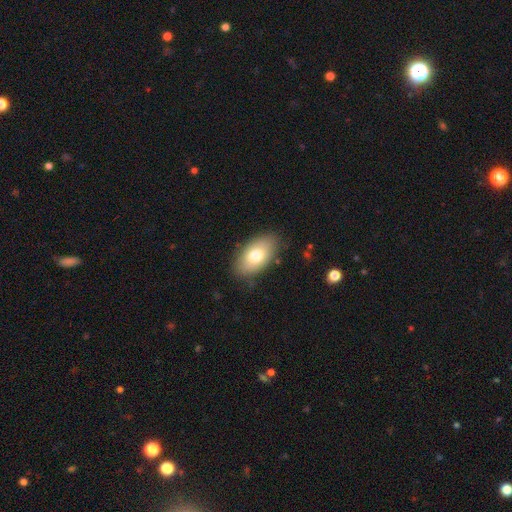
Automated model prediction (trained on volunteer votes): Q: Smooth or featured?
A: smooth (74%); runner-up: featured or disk (19%)
Q: How rounded?
A: in between (93%); runner-up: round (5%)
Q: Merging?
A: none (83%); runner-up: minor disturbance (13%)